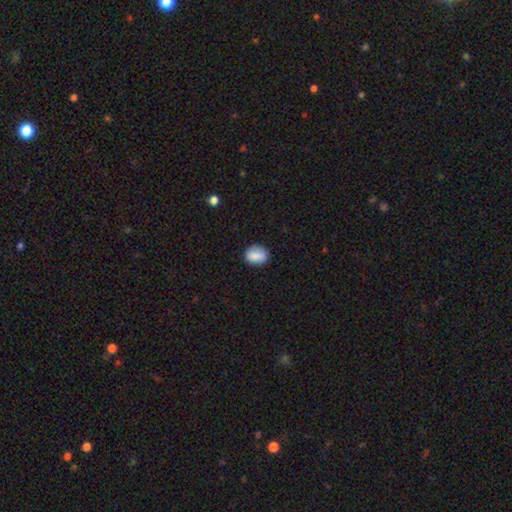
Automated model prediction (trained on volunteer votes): This is clearly a smooth galaxy (85%). How rounded: possibly in between (55%). Merging: clearly none (82%).